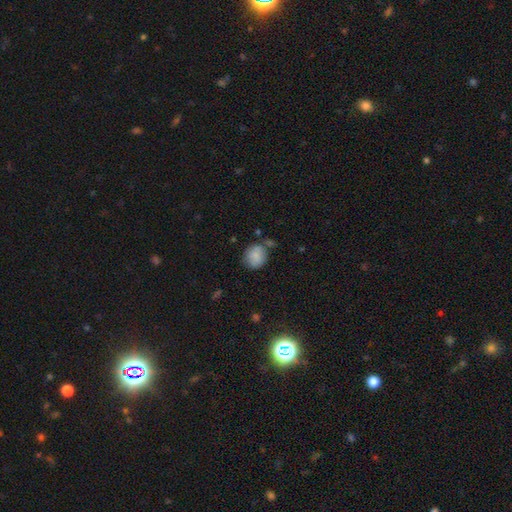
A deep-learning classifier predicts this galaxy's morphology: Q: Smooth or featured?
A: smooth (80%); runner-up: featured or disk (12%)
Q: How rounded?
A: round (71%); runner-up: in between (28%)
Q: Merging?
A: none (62%); runner-up: minor disturbance (21%)